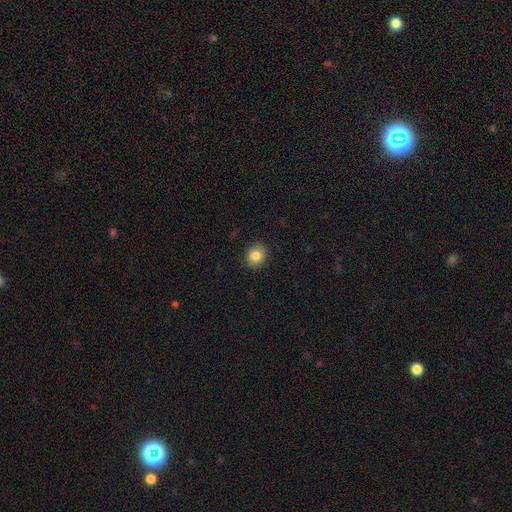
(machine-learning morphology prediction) A smooth galaxy with no disk features (84%) that is round (74%). Merging: none (90%).